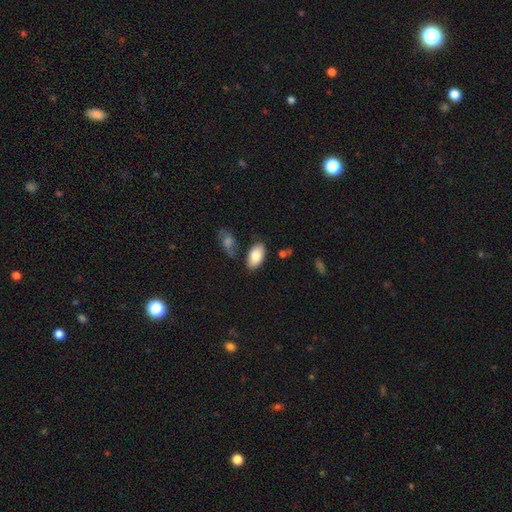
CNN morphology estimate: smooth-or-featured: smooth: 83% | featured or disk: 11% | star or artifact: 6%
  how-rounded: in between: 95% | round: 3% | cigar-shaped: 2%
  merging: none: 74% | minor disturbance: 15% | merger: 7% | major disturbance: 4%